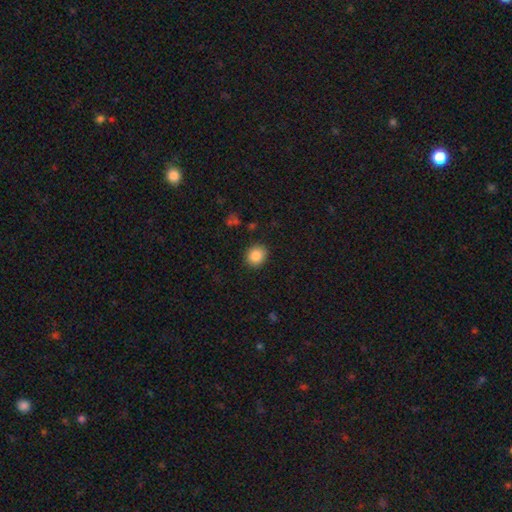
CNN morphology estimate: This is clearly a smooth galaxy (86%). How rounded: likely round (73%). Merging: clearly none (89%).